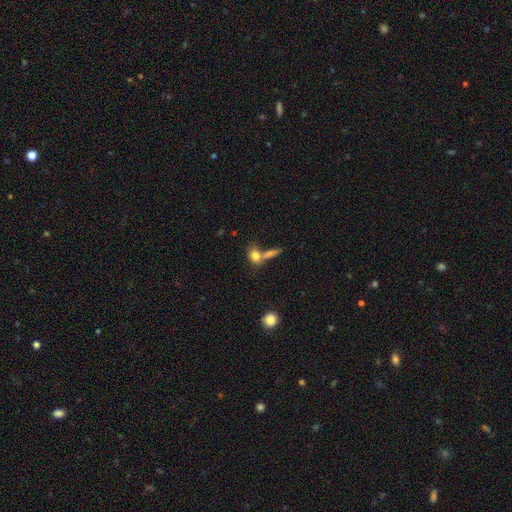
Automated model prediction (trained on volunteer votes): Q: Smooth or featured?
A: smooth (77%); runner-up: featured or disk (13%)
Q: How rounded?
A: in between (56%); runner-up: round (36%)
Q: Merging?
A: none (44%); runner-up: merger (39%)